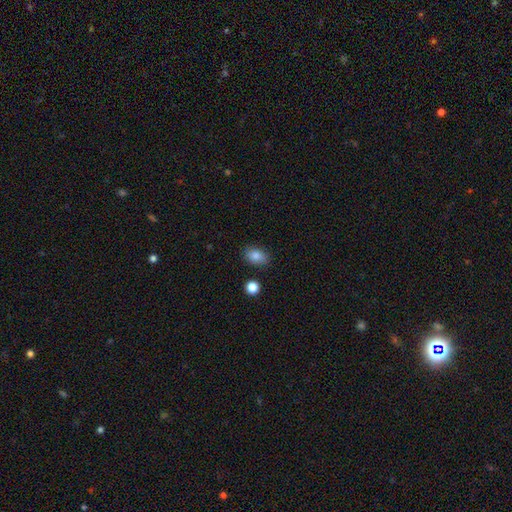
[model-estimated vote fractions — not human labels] Smooth or featured? smooth (84%)
How rounded? in between (81%)
Merging? none (86%)